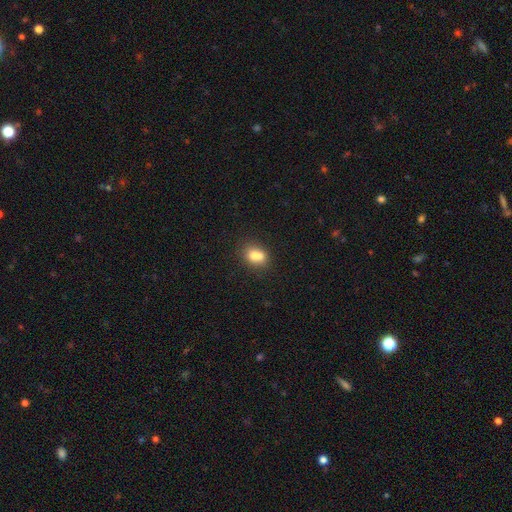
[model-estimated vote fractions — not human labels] Morphology: type=smooth (72%); roundness=in between (53%); merging=merger (48%).